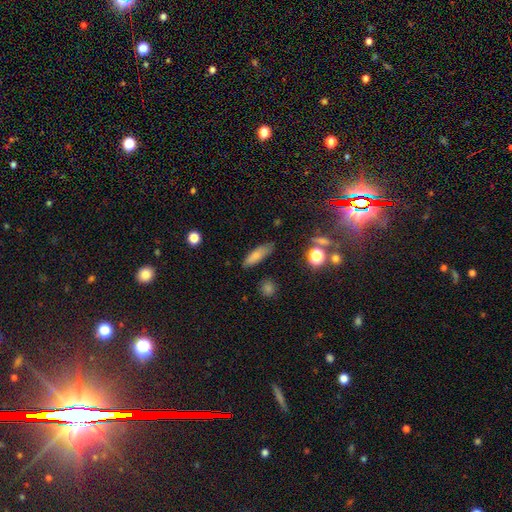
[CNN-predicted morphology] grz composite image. It shows a smooth galaxy with no disk features (78%) that is cigar-shaped (49%). Merging: none (80%).